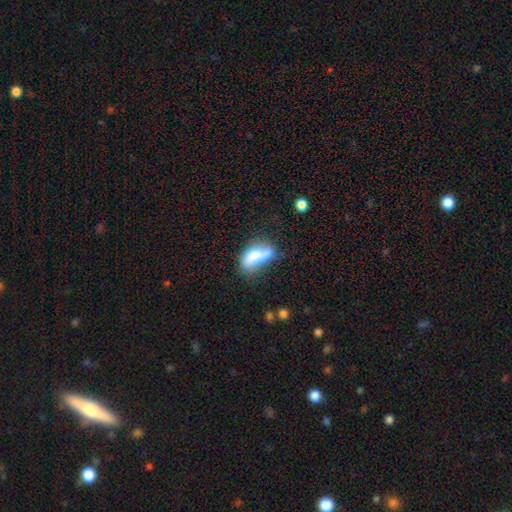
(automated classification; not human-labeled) smooth_or_featured: smooth (p=0.62) [alt: featured or disk p=0.29]
how_rounded: in between (p=0.77) [alt: cigar-shaped p=0.17]
merging: merger (p=0.33) [alt: none p=0.29]